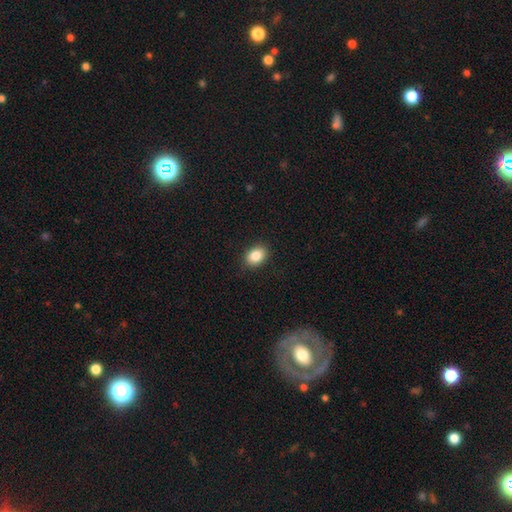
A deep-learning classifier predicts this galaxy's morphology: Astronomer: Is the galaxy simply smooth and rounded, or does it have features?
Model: smooth — 86%.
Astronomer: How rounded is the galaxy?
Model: in between — 71%.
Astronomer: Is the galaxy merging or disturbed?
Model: none — 89%.